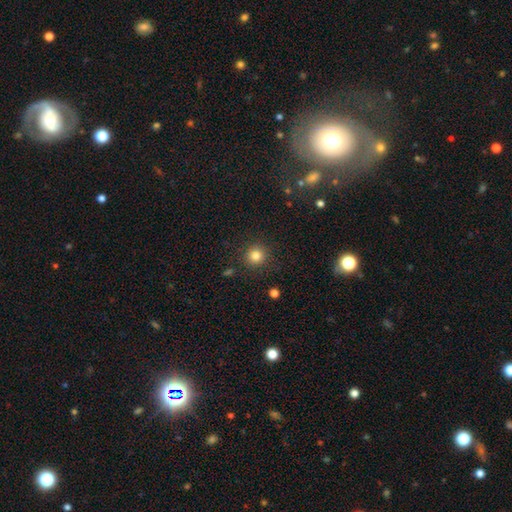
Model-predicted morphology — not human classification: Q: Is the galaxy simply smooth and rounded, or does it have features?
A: smooth — 84%.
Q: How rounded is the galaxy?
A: round — 92%.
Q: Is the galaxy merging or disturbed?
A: none — 88%.